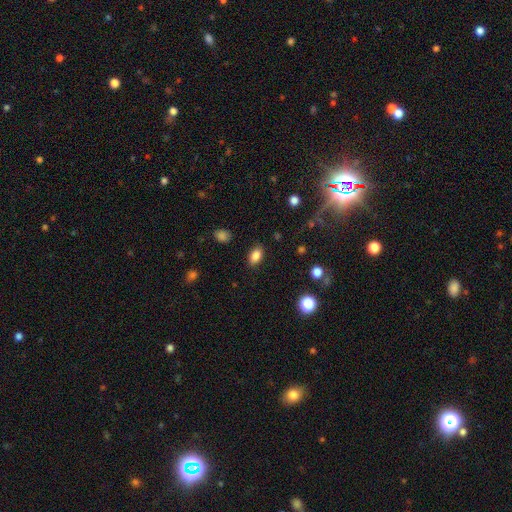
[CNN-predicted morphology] smooth_or_featured: smooth (p=0.85) [alt: star or artifact p=0.09]
how_rounded: in between (p=0.89) [alt: round p=0.09]
merging: none (p=0.87) [alt: minor disturbance p=0.10]